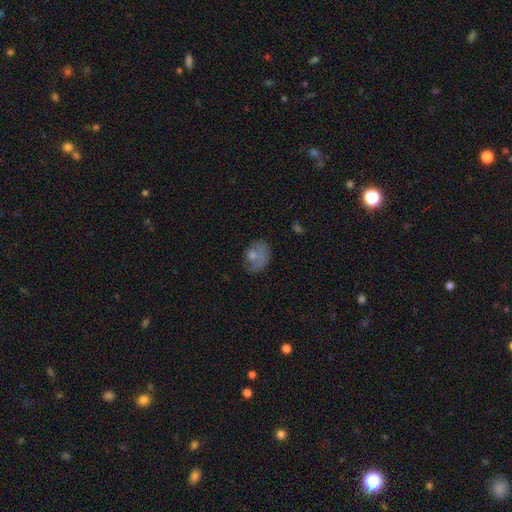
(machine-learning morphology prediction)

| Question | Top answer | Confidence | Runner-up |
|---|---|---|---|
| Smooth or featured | smooth | 62% | featured or disk (29%) |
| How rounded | in between | 56% | round (43%) |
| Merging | none | 43% | major disturbance (26%) |